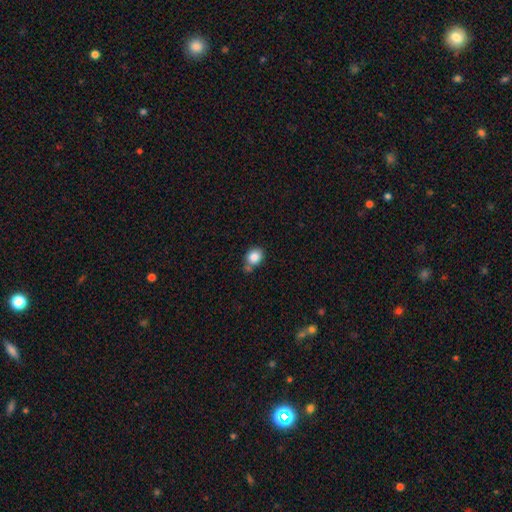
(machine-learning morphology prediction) Smooth or featured: smooth — 85% (star or artifact — 9%)
How rounded: round — 59% (in between — 40%)
Merging: none — 61% (minor disturbance — 18%)